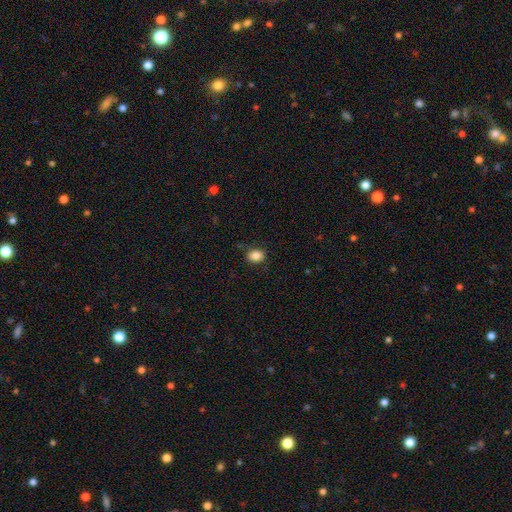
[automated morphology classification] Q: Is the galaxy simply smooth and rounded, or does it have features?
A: smooth — 84%.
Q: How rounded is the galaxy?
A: in between — 55%.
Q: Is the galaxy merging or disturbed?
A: none — 82%.